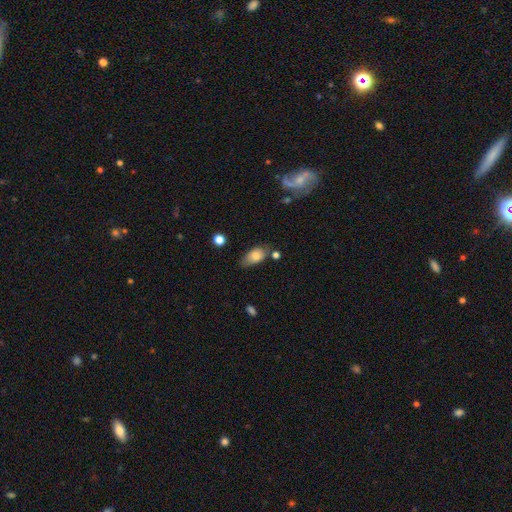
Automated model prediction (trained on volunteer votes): This appears to be a smooth galaxy with no disk features (75%) that is in between round and cigar-shaped (89%). Merging: none (56%).